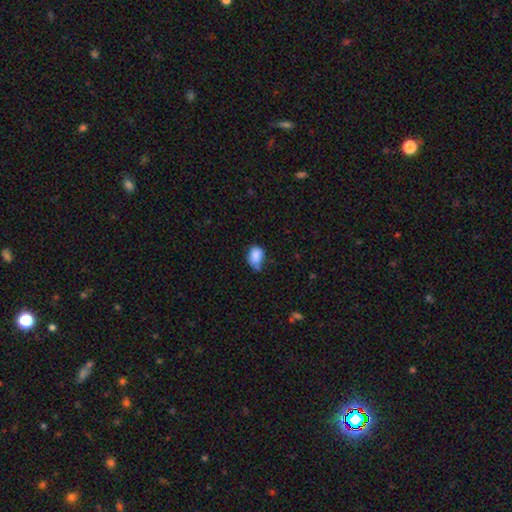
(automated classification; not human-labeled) This appears to be a smooth galaxy with no disk features (85%) that is in between round and cigar-shaped (70%). Merging: minor disturbance (44%).